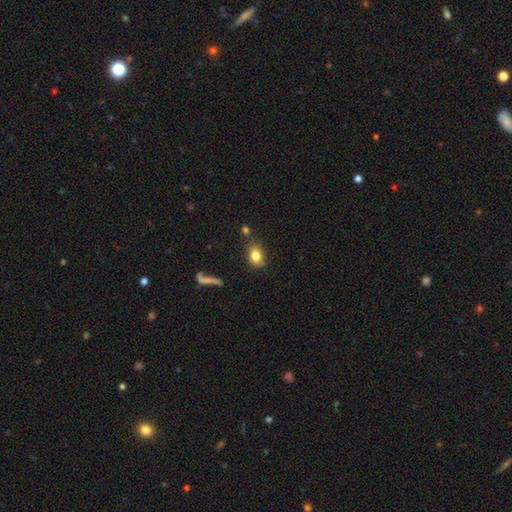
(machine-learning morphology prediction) A smooth galaxy with no disk features (82%) that is in between round and cigar-shaped (70%).

Vote fractions:
- Smooth or featured? smooth: 82% / featured or disk: 9% / star or artifact: 9%
- How rounded? in between: 70% / round: 27% / cigar-shaped: 2%
- Merging? none: 78% / minor disturbance: 13% / merger: 5% / major disturbance: 4%